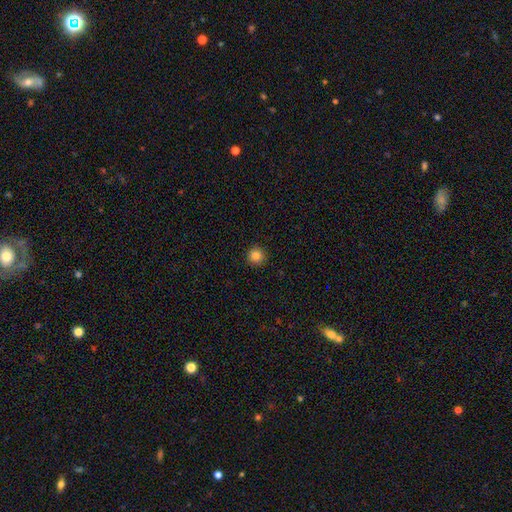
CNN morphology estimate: Smooth or featured? Predicted: smooth (p=0.85). How rounded? Predicted: round (p=0.95). Merging? Predicted: none (p=0.93).